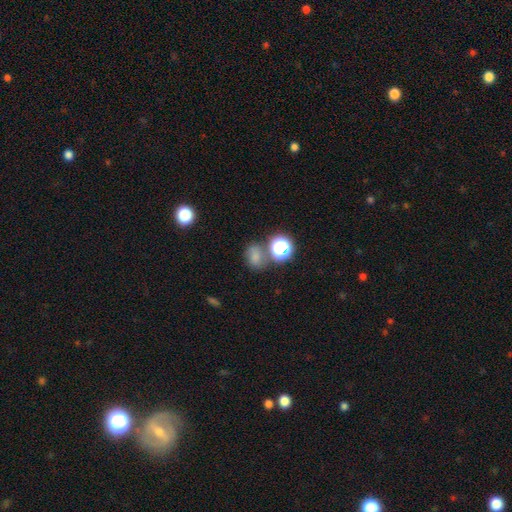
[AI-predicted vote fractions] Smooth or featured?
  - smooth: 64% *
  - star or artifact: 24%
  - featured or disk: 12%
How rounded?
  - in between: 53% *
  - round: 46%
  - cigar-shaped: 1%
Merging?
  - none: 52% *
  - merger: 22%
  - minor disturbance: 17%
  - major disturbance: 9%